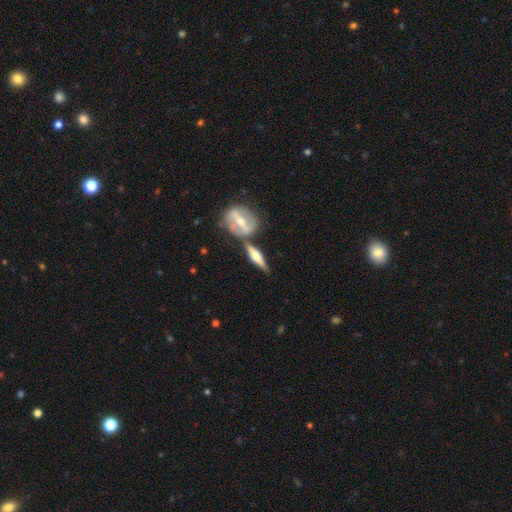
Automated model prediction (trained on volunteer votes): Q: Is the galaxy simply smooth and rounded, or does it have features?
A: featured or disk — 71%.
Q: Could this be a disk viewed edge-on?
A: yes — 89%.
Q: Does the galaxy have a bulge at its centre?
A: rounded — 88%.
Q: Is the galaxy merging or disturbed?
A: none — 62%.